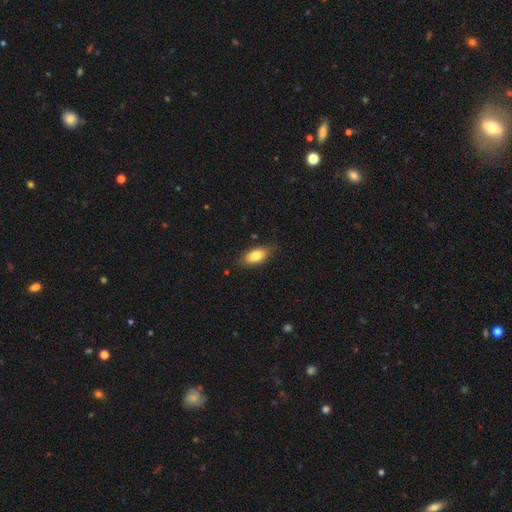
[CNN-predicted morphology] Overall: smooth (80%). How rounded: in between (88%). Merging: none (81%).